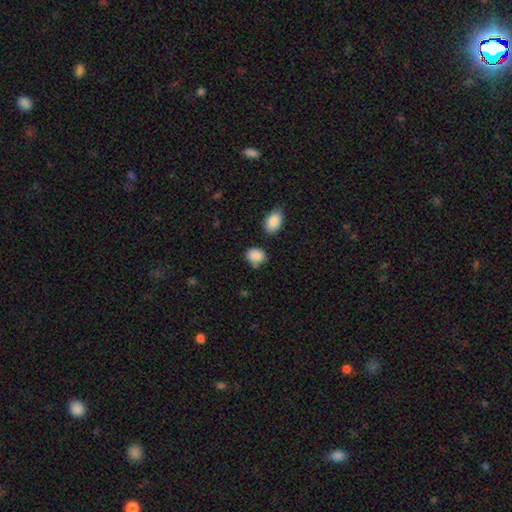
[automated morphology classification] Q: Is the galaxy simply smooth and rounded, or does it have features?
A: smooth — 88%.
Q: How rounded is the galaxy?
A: in between — 49%, tied with round.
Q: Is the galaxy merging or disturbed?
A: none — 67%.